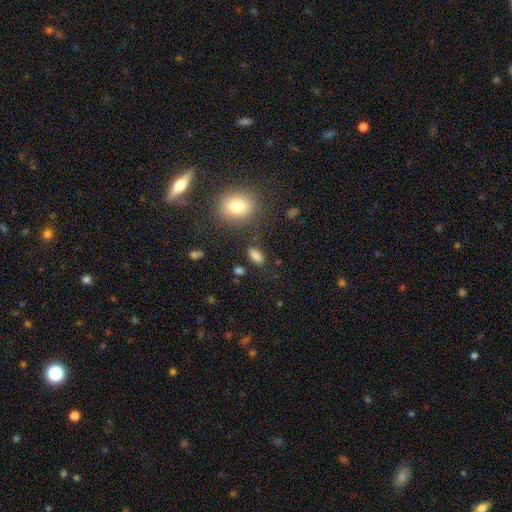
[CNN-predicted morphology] Smooth or featured: smooth — 83% (star or artifact — 11%)
How rounded: in between — 89% (round — 7%)
Merging: none — 81% (minor disturbance — 11%)